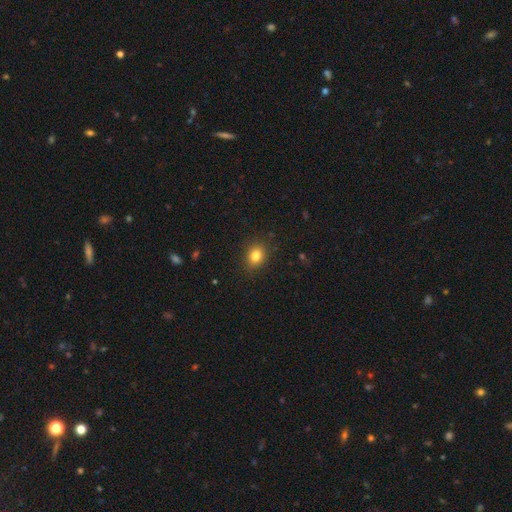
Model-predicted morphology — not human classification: Q: Smooth or featured?
A: smooth (83%); runner-up: star or artifact (11%)
Q: How rounded?
A: round (50%); runner-up: in between (49%)
Q: Merging?
A: none (87%); runner-up: minor disturbance (9%)